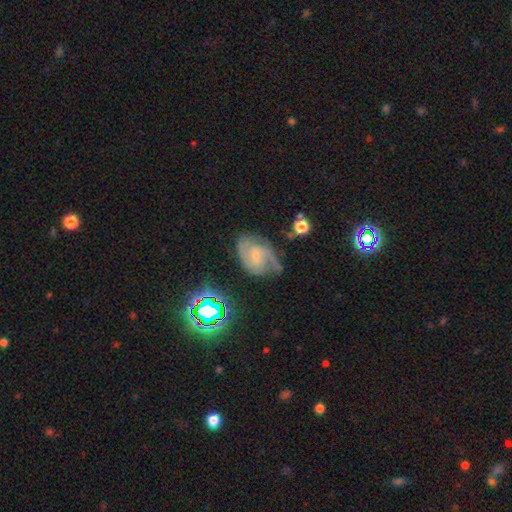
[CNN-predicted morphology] Smooth or featured: featured or disk — 80% (smooth — 11%)
Edge-on disk: no — 98% (yes — 2%)
Bar: no — 48% (weak — 43%)
Spiral arms: yes — 95% (no — 5%)
Spiral winding: medium — 50% (tight — 32%)
Spiral arm count: 2 — 56% (3 — 17%)
Bulge size: small — 73% (moderate — 20%)
Merging: none — 56% (minor disturbance — 27%)